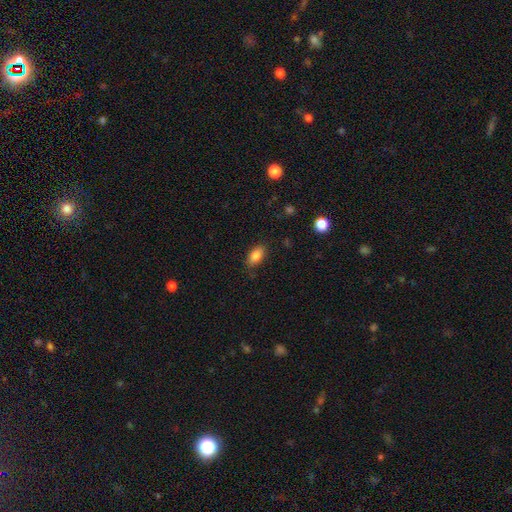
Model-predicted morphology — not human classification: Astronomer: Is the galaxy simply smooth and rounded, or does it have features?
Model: smooth — 85%.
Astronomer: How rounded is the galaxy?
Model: in between — 90%.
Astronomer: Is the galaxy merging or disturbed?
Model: none — 82%.